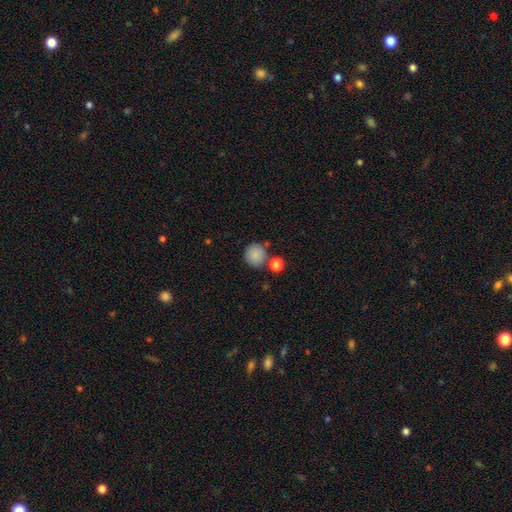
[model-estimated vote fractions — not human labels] Smooth or featured?
  - smooth: 85% *
  - star or artifact: 9%
  - featured or disk: 6%
How rounded?
  - round: 92% *
  - in between: 7%
  - cigar-shaped: 1%
Merging?
  - none: 74% *
  - merger: 12%
  - minor disturbance: 11%
  - major disturbance: 3%